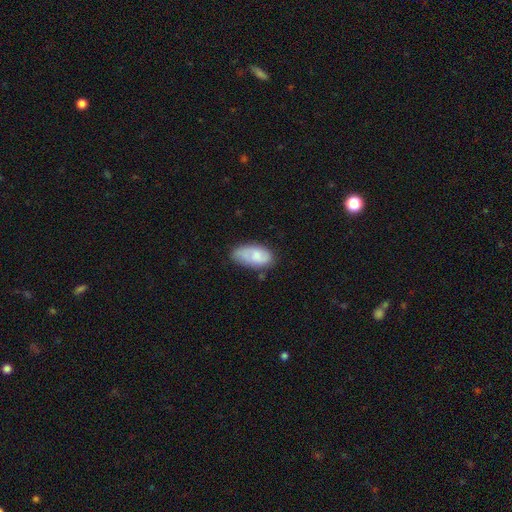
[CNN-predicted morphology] This appears to be a smooth galaxy with no disk features (64%) that is in between round and cigar-shaped (93%). Merging: none (57%).